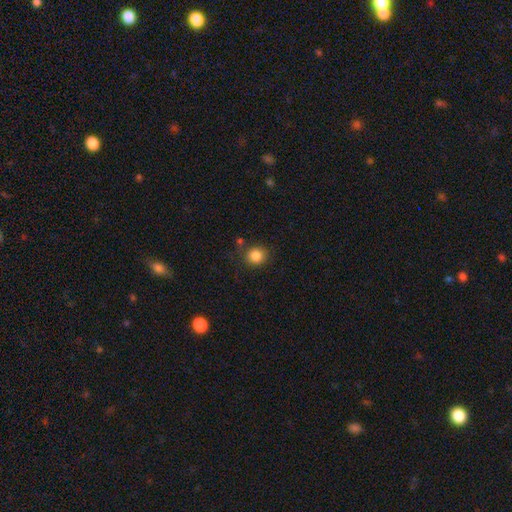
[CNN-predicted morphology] type=smooth (86%); roundness=round (88%); merging=none (80%).